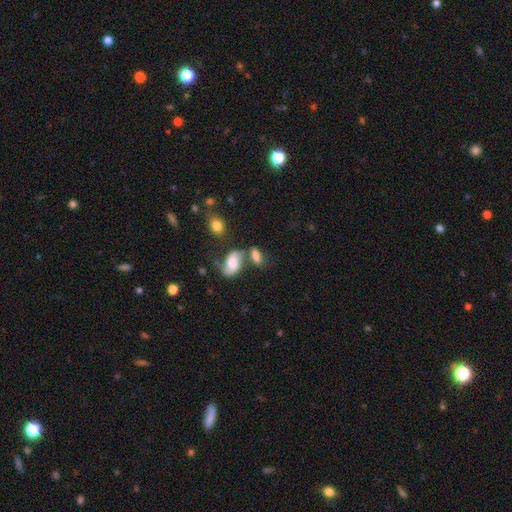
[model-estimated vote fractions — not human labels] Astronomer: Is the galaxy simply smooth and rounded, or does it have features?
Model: smooth — 61%.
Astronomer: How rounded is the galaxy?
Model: in between — 83%.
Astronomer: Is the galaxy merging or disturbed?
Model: none — 40% (runner-up: merger, 34%).